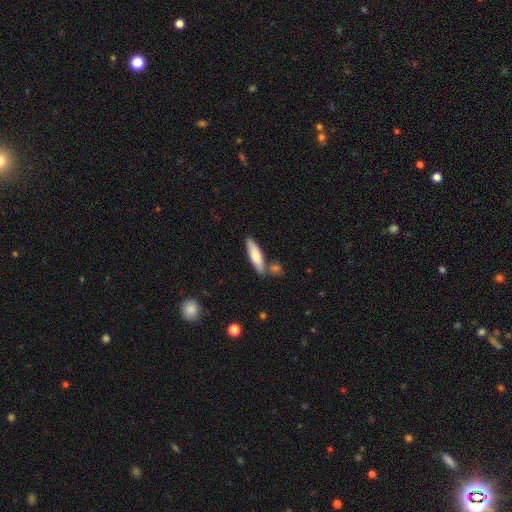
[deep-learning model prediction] A smooth galaxy with no disk features (74%) that is cigar-shaped (65%).

Vote fractions:
- Smooth or featured? smooth: 74% / featured or disk: 20% / star or artifact: 5%
- How rounded? cigar-shaped: 65% / in between: 33% / round: 2%
- Merging? none: 74% / minor disturbance: 13% / merger: 10% / major disturbance: 3%